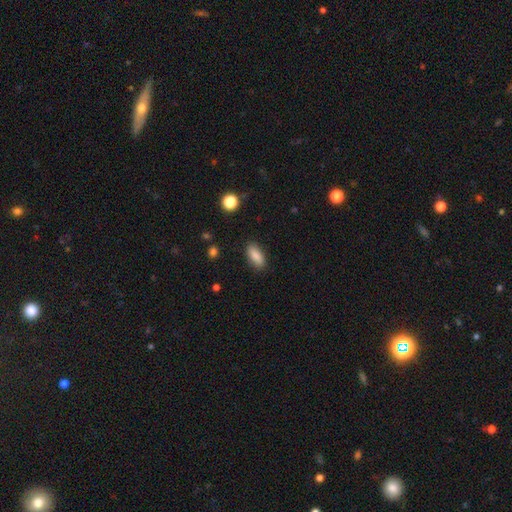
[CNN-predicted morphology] A smooth galaxy with no disk features (87%) that is in between round and cigar-shaped (83%). Merging: none (86%).